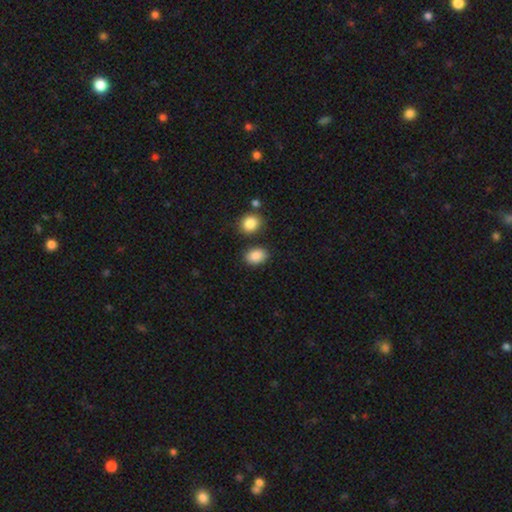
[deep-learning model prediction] This appears to be a smooth galaxy with no disk features (88%) that is in between round and cigar-shaped (77%). Merging: none (79%).